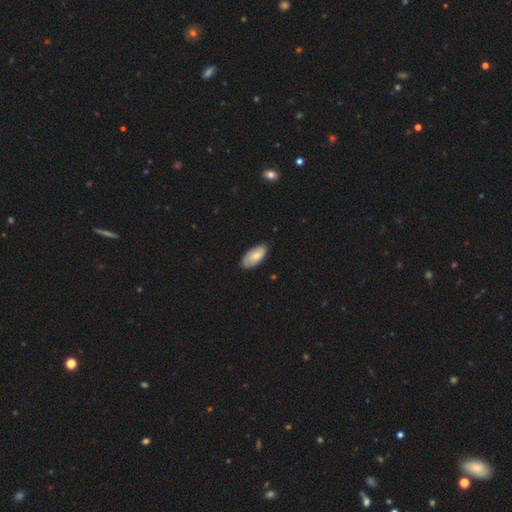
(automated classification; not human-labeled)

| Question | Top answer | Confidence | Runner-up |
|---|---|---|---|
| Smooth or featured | smooth | 65% | featured or disk (29%) |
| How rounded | in between | 92% | cigar-shaped (6%) |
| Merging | none | 79% | minor disturbance (17%) |